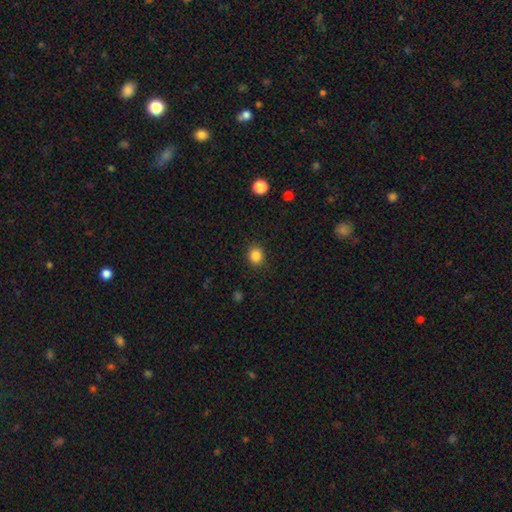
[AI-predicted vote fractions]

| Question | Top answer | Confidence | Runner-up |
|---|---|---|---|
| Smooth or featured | smooth | 85% | star or artifact (11%) |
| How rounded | round | 78% | in between (21%) |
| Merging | none | 89% | minor disturbance (7%) |